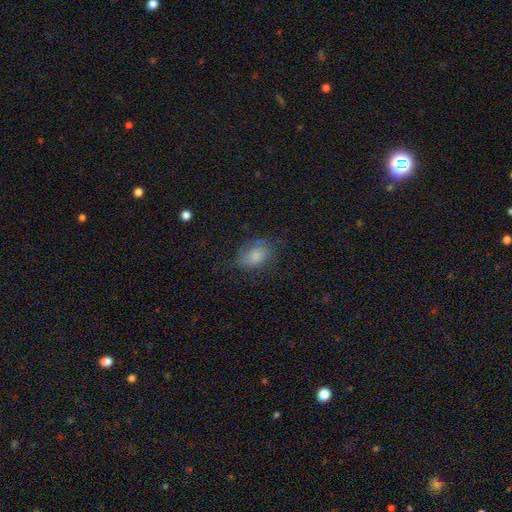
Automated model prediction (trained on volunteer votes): A smooth galaxy with no disk features (70%) that is in between round and cigar-shaped (83%).

Vote fractions:
- Smooth or featured? smooth: 70% / featured or disk: 20% / star or artifact: 10%
- How rounded? in between: 83% / round: 15% / cigar-shaped: 2%
- Merging? none: 61% / minor disturbance: 25% / major disturbance: 12% / merger: 2%